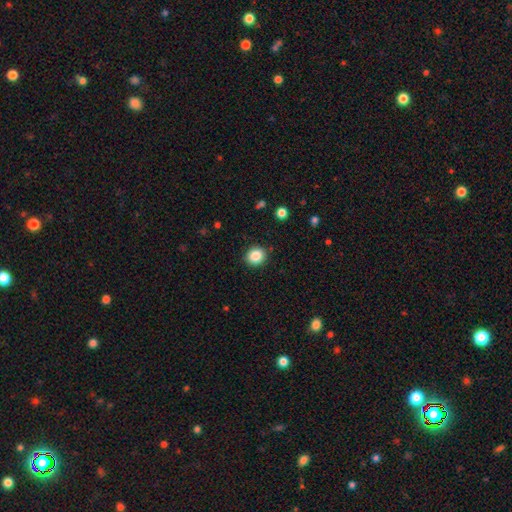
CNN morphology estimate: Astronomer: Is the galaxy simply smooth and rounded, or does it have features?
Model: smooth — 86%.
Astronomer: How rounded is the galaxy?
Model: round — 84%.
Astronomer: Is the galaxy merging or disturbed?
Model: none — 89%.